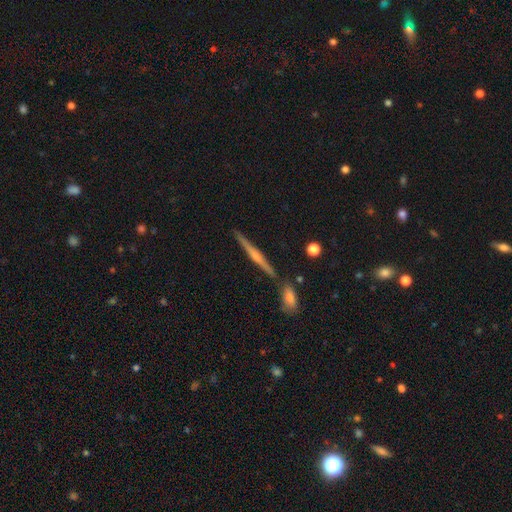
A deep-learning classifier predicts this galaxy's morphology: This appears to be a featured or disk galaxy (67%) viewed edge-on (98%) with a rounded central bulge (57%). Merging: none (84%).